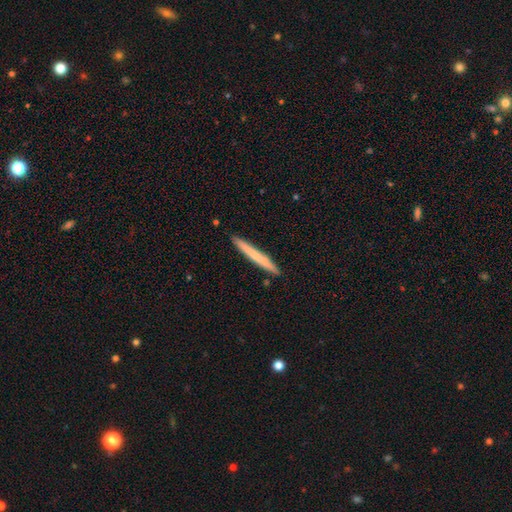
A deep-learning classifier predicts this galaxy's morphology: smooth 65%, featured or disk 30%, star or artifact 5%. Down the decision tree: how rounded — cigar-shaped (97%); merging — none (92%).